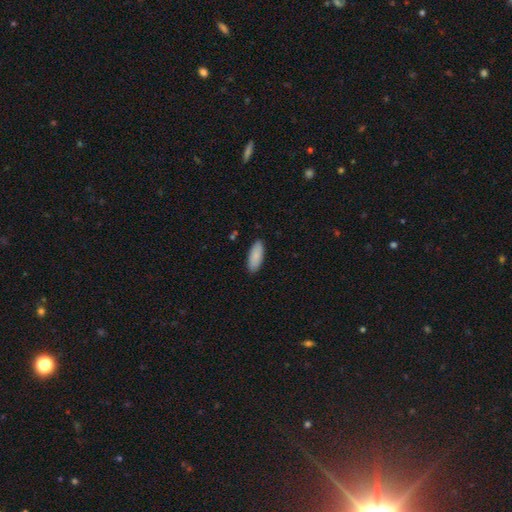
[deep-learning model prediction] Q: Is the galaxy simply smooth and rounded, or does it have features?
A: smooth — 89%.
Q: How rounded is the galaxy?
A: in between — 78%.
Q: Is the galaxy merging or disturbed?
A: none — 89%.